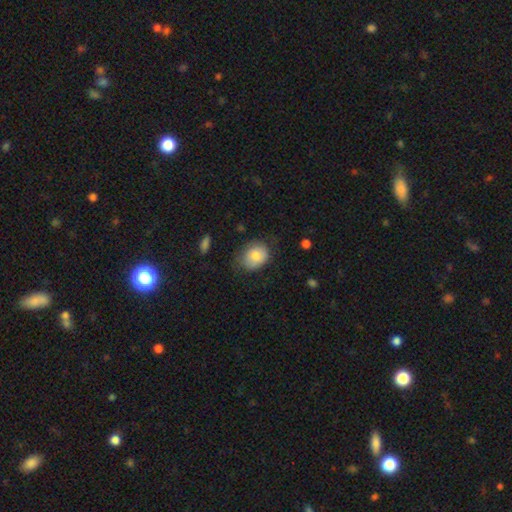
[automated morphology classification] Q: Smooth or featured?
A: smooth (79%); runner-up: featured or disk (14%)
Q: How rounded?
A: round (50%); runner-up: in between (49%)
Q: Merging?
A: none (64%); runner-up: minor disturbance (27%)